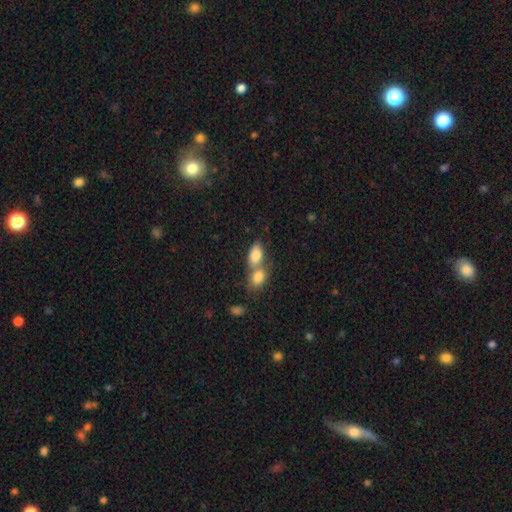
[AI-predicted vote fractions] smooth_or_featured: smooth (p=0.82) [alt: featured or disk p=0.10]
how_rounded: in between (p=0.88) [alt: round p=0.09]
merging: merger (p=0.65) [alt: none p=0.25]